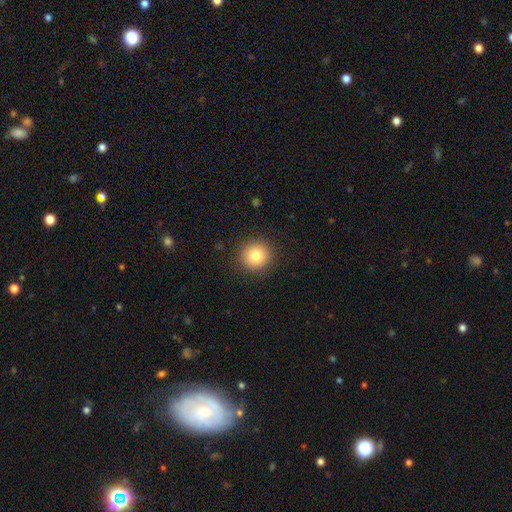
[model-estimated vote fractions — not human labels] This appears to be a smooth galaxy with no disk features (80%) that is round (94%). Merging: none (91%).